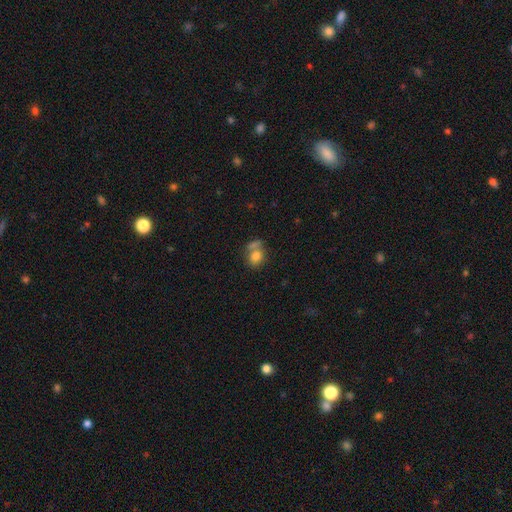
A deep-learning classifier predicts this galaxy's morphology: Smooth or featured: smooth — 79% (featured or disk — 11%)
How rounded: round — 55% (in between — 43%)
Merging: none — 45% (merger — 34%)